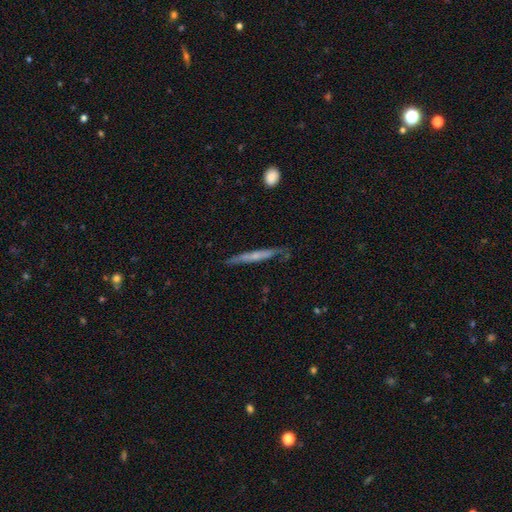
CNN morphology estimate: featured or disk 55%, smooth 39%, star or artifact 6%. Down the decision tree: edge-on disk — yes (90%); merging — none (75%).